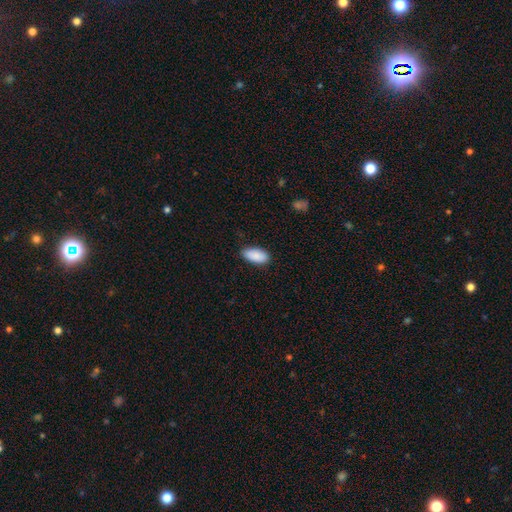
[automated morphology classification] Q: Smooth or featured?
A: smooth (90%); runner-up: star or artifact (6%)
Q: How rounded?
A: in between (93%); runner-up: cigar-shaped (5%)
Q: Merging?
A: none (86%); runner-up: minor disturbance (11%)